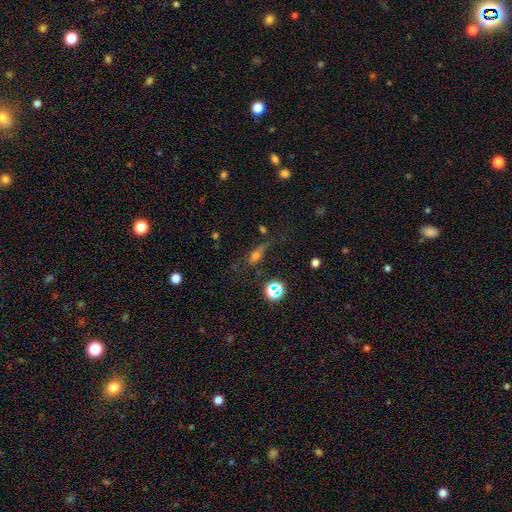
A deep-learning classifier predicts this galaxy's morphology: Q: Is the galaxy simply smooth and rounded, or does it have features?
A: smooth — 52%.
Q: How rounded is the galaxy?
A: in between — 53%.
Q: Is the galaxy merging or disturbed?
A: none — 53%.